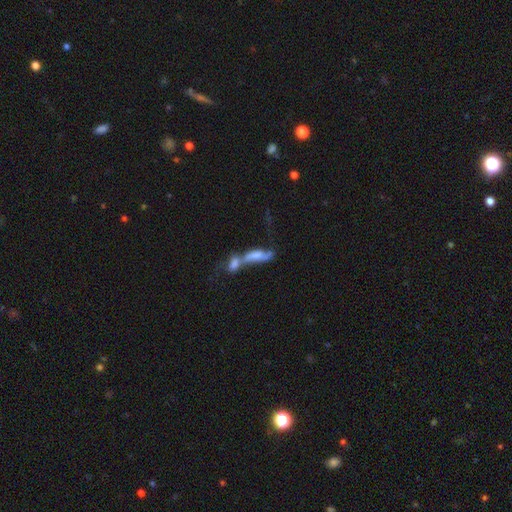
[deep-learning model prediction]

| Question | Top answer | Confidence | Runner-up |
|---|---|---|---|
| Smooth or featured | smooth | 47% | featured or disk (42%) |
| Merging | merger | 75% | none (10%) |